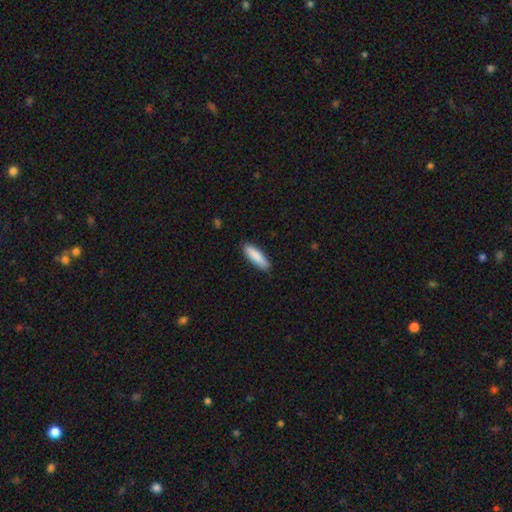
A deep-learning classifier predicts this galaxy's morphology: A smooth galaxy with no disk features (88%) that is cigar-shaped (62%).

Vote fractions:
- Smooth or featured? smooth: 88% / featured or disk: 7% / star or artifact: 5%
- How rounded? cigar-shaped: 62% / in between: 37% / round: 1%
- Merging? none: 88% / minor disturbance: 9% / major disturbance: 2% / merger: 1%